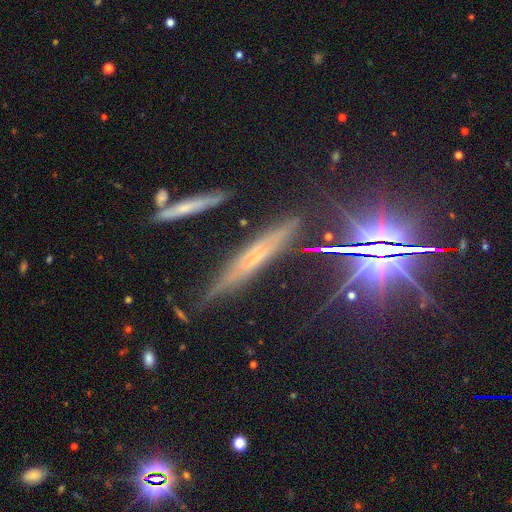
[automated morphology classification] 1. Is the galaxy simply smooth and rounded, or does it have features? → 47% featured or disk, 32% smooth, 21% star or artifact.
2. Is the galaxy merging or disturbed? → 77% none, 17% minor disturbance, 3% major disturbance, 3% merger.